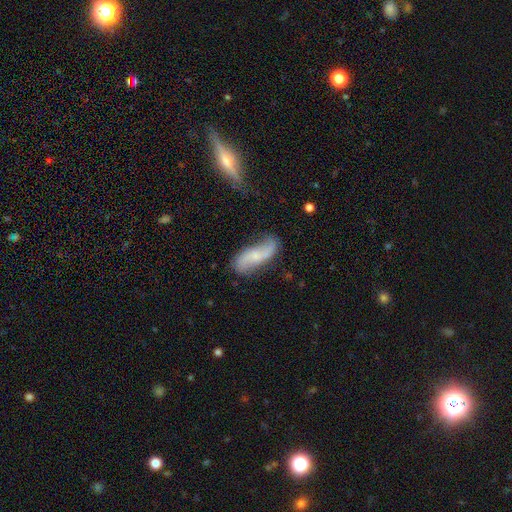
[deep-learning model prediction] Morphology: type=featured or disk (65%); edge-on=no (89%); bar=no (59%); spiral arms=yes (90%); winding=loose (76%); arm count=2 (88%); bulge=small (63%); merging=none (62%).